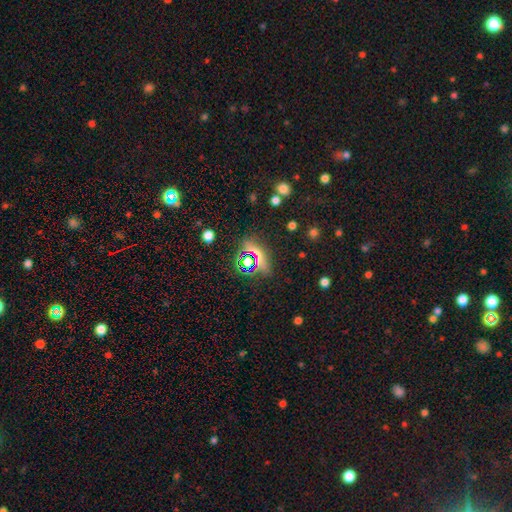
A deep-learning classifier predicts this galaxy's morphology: Smooth or featured?
  - star or artifact: 47% *
  - smooth: 40%
  - featured or disk: 13%